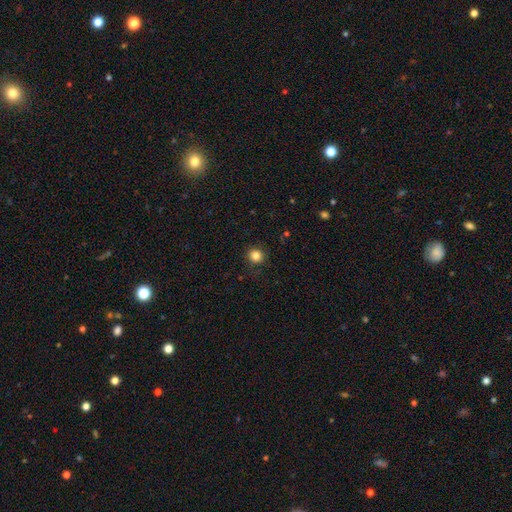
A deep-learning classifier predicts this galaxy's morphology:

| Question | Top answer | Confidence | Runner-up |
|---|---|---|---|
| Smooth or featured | smooth | 84% | star or artifact (12%) |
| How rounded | round | 91% | in between (8%) |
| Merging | none | 89% | minor disturbance (8%) |